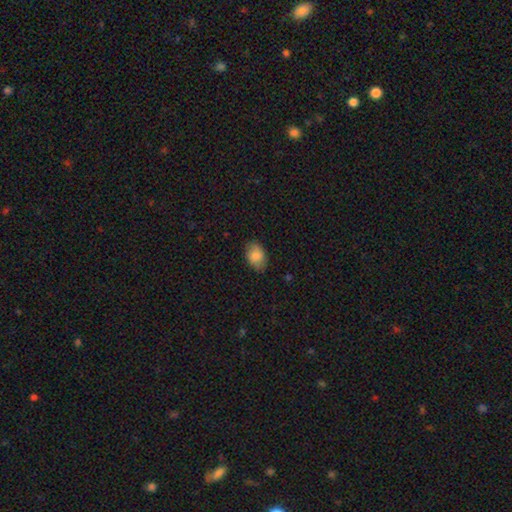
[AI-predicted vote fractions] smooth_or_featured: smooth (p=0.83) [alt: featured or disk p=0.10]
how_rounded: in between (p=0.84) [alt: round p=0.15]
merging: none (p=0.82) [alt: minor disturbance p=0.14]